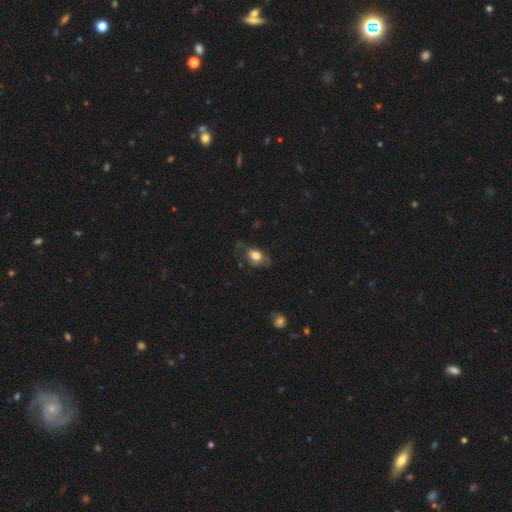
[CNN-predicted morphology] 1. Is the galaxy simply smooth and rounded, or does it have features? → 70% smooth, 22% featured or disk, 8% star or artifact.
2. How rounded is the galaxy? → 79% in between, 18% round, 3% cigar-shaped.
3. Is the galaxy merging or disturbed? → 48% none, 32% minor disturbance, 18% major disturbance, 2% merger.